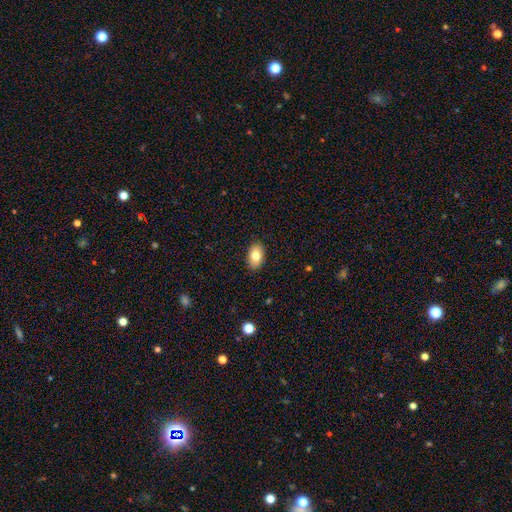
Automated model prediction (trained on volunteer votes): Smooth or featured: smooth — 81% (featured or disk — 11%)
How rounded: in between — 90% (round — 9%)
Merging: none — 89% (minor disturbance — 8%)